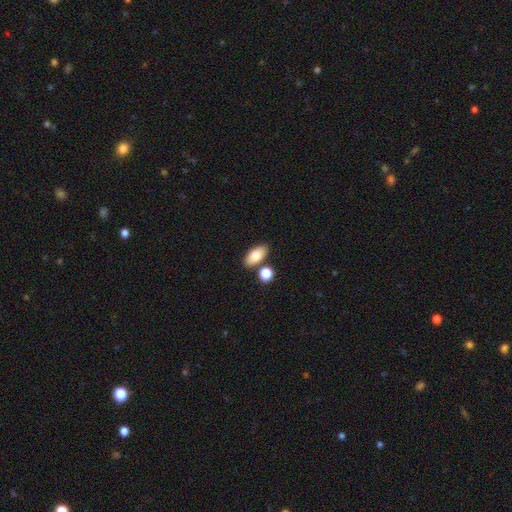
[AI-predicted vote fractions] smooth_or_featured: smooth (p=0.79) [alt: featured or disk p=0.14]
how_rounded: in between (p=0.90) [alt: round p=0.06]
merging: none (p=0.76) [alt: merger p=0.12]